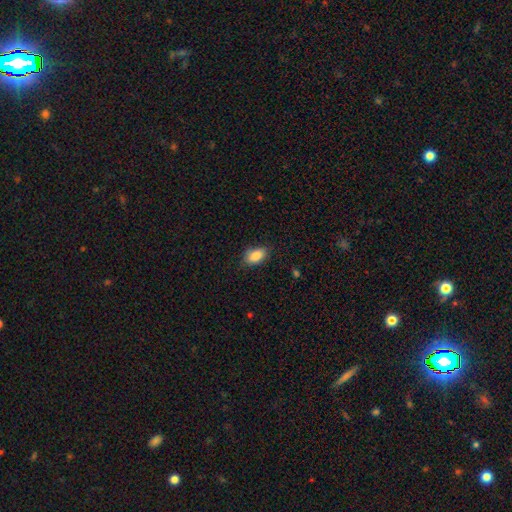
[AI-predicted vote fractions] Smooth or featured: smooth — 87% (star or artifact — 7%)
How rounded: in between — 91% (round — 7%)
Merging: none — 83% (minor disturbance — 13%)